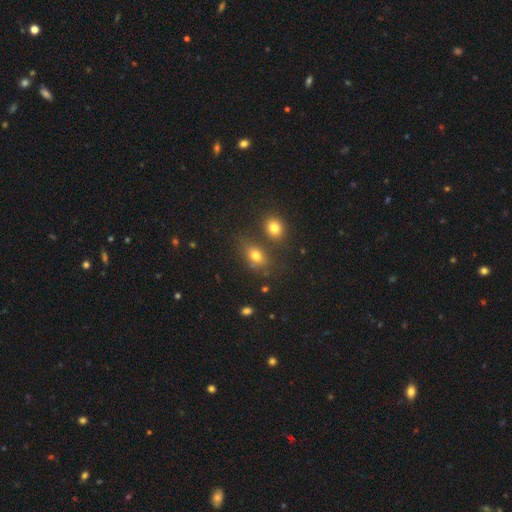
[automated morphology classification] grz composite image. It shows a smooth galaxy with no disk features (75%) that is in between round and cigar-shaped (74%). Merging: none (61%).